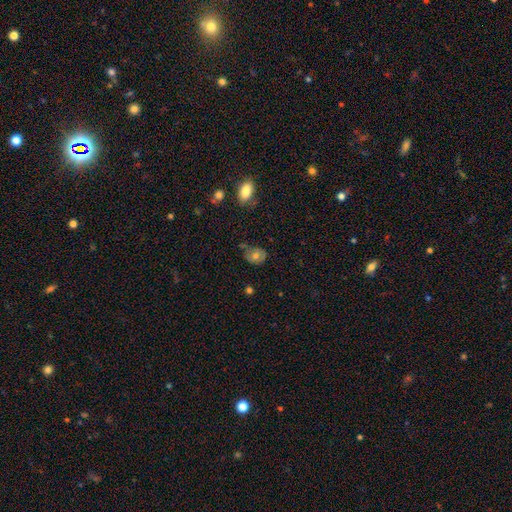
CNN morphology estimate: type=smooth (63%); roundness=round (57%); merging=none (63%).